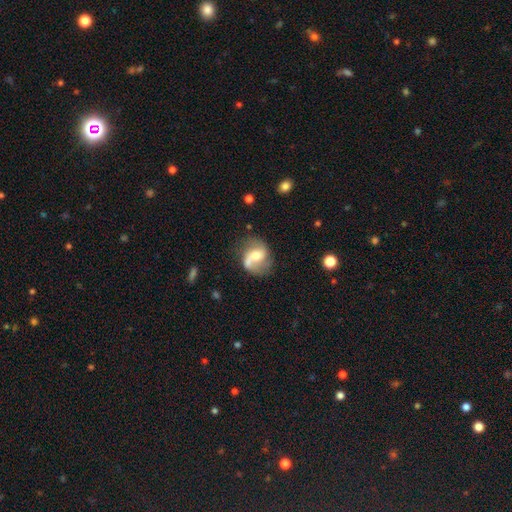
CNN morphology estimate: Smooth or featured: featured or disk — 66% (smooth — 26%)
Edge-on disk: no — 97% (yes — 3%)
Bar: no — 46% (weak — 40%)
Spiral arms: yes — 85% (no — 15%)
Spiral winding: loose — 53% (medium — 36%)
Spiral arm count: 2 — 78% (1 — 12%)
Bulge size: moderate — 65% (small — 22%)
Merging: none — 55% (minor disturbance — 21%)